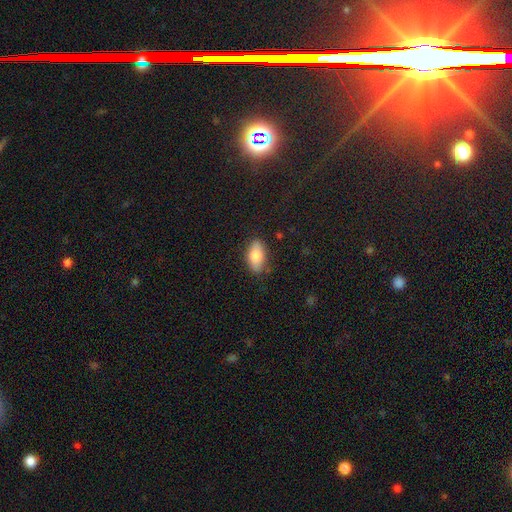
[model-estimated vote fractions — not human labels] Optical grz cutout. It shows a smooth galaxy with no disk features (79%) that is in between round and cigar-shaped (91%). Merging: none (83%).